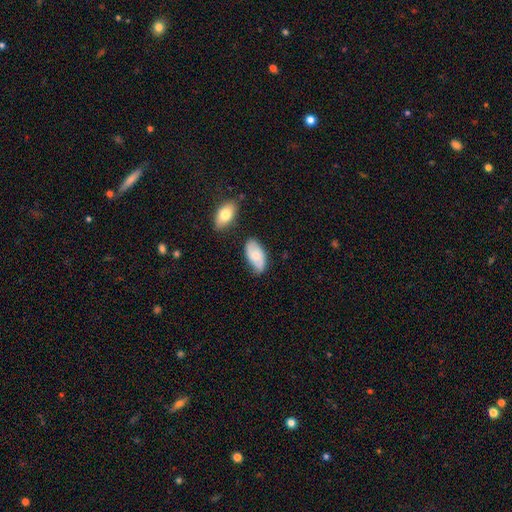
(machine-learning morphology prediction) smooth 59%, featured or disk 34%, star or artifact 7%. Down the decision tree: how rounded — in between (94%); merging — none (68%).